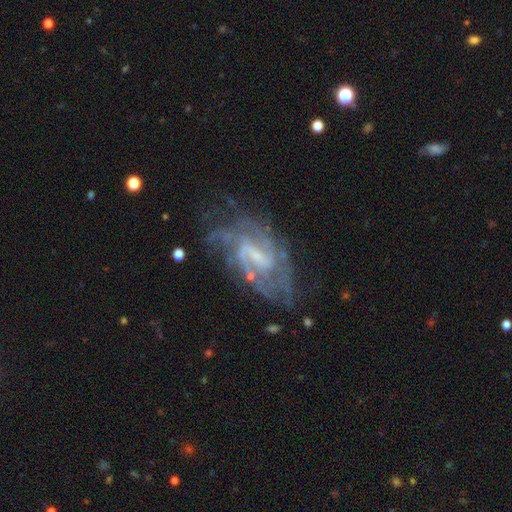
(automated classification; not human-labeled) This appears to be a featured or disk galaxy (86%) with a weak bar (55%), medium (44%) spiral arms (92%) and a small central bulge (47%). Merging: none (58%).